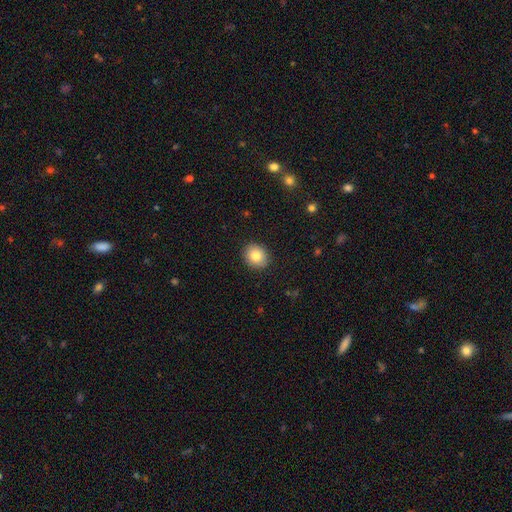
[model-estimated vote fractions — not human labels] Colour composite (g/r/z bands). It shows a smooth galaxy with no disk features (83%) that is round (64%). Merging: none (90%).